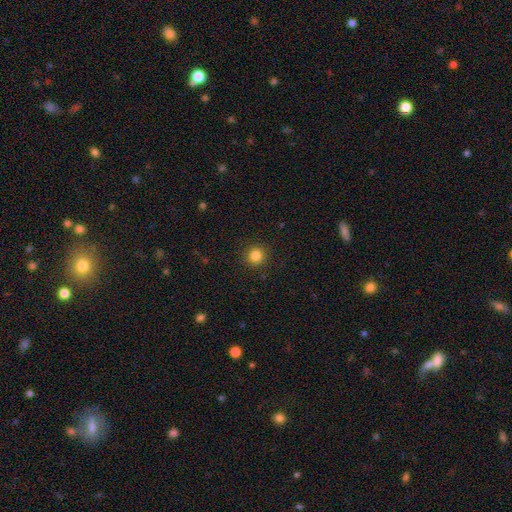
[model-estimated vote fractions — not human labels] smooth_or_featured: smooth (p=0.83) [alt: star or artifact p=0.13]
how_rounded: round (p=0.94) [alt: in between p=0.05]
merging: none (p=0.92) [alt: minor disturbance p=0.05]